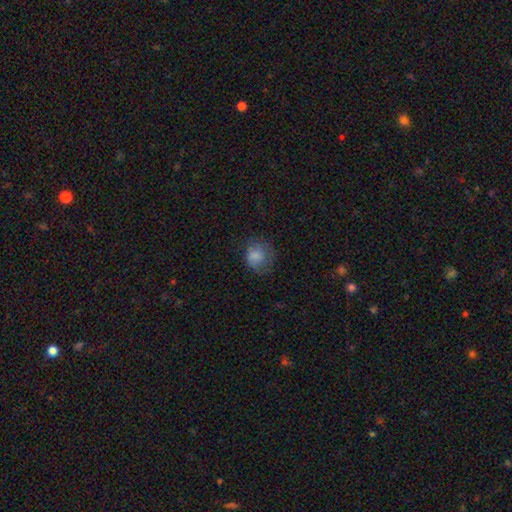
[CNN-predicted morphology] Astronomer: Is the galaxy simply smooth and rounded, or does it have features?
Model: smooth — 78%.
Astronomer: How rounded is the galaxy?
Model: round — 74%.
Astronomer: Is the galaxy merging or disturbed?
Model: none — 59%.